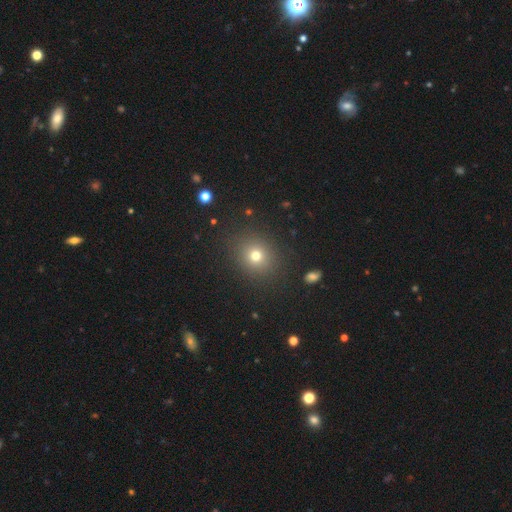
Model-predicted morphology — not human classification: smooth_or_featured: smooth (p=0.73) [alt: star or artifact p=0.18]
how_rounded: round (p=0.78) [alt: in between p=0.21]
merging: none (p=0.87) [alt: minor disturbance p=0.08]